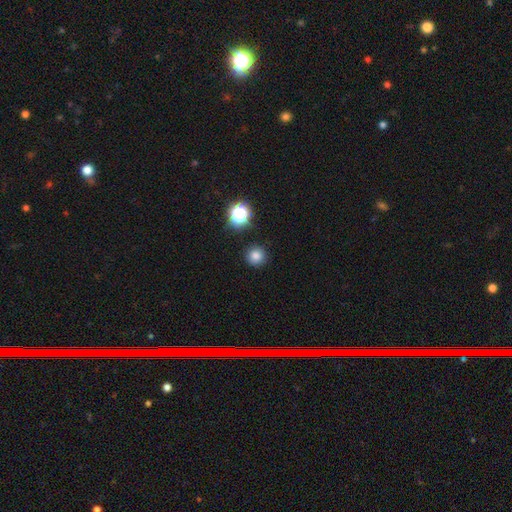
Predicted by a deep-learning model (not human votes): Overall: smooth (79%). How rounded: round (93%). Merging: none (89%).